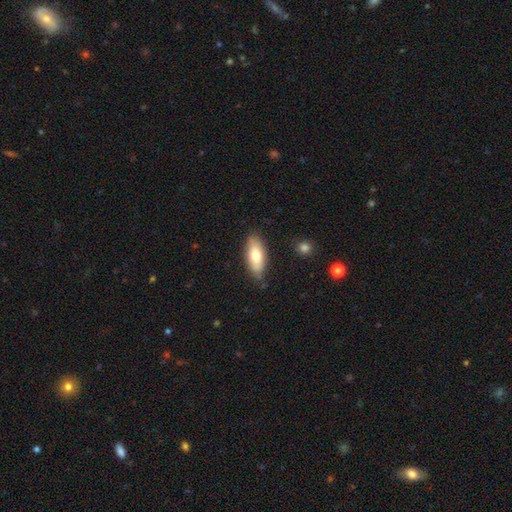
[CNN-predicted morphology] A smooth galaxy with no disk features (73%) that is in between round and cigar-shaped (79%). Merging: none (79%).